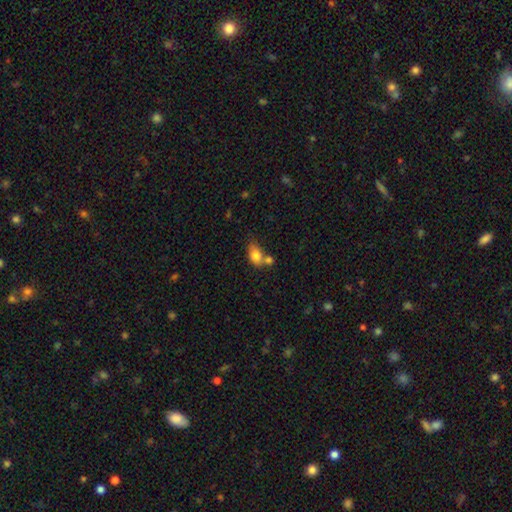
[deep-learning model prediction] Smooth or featured: smooth — 80% (featured or disk — 12%)
How rounded: in between — 78% (round — 19%)
Merging: none — 41% (merger — 37%)